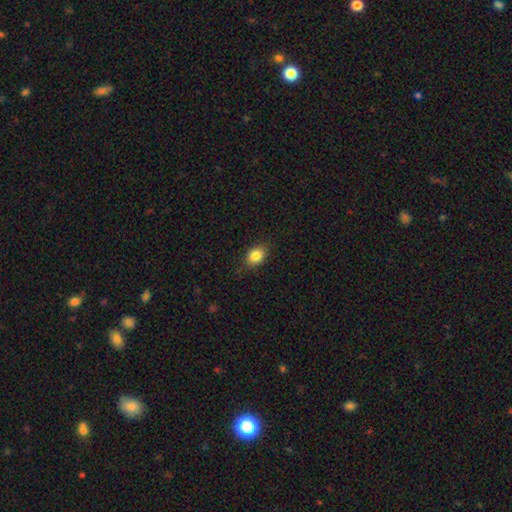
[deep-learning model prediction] This appears to be a smooth galaxy with no disk features (84%) that is in between round and cigar-shaped (66%). Merging: none (83%).